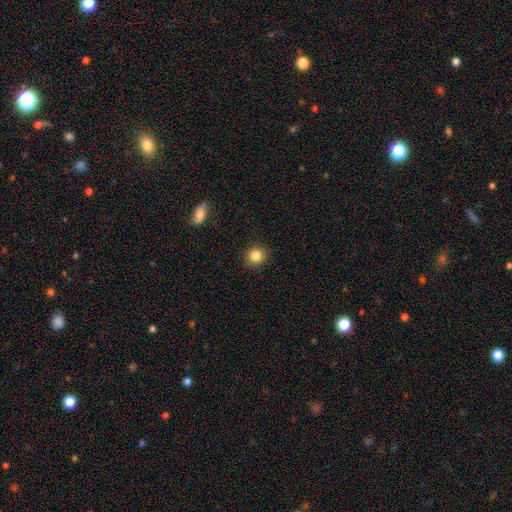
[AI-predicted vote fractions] The model was most divided on "smooth or featured": smooth: 85%, star or artifact: 10%, featured or disk: 5%. More confident: merging — none (90%); how rounded — round (89%).